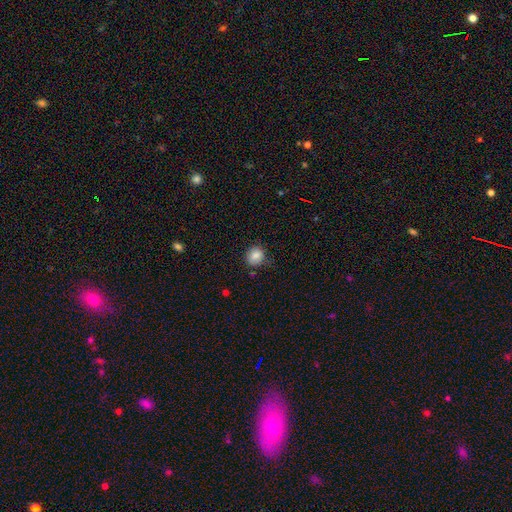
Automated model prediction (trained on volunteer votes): Q: Smooth or featured?
A: smooth (84%); runner-up: star or artifact (9%)
Q: How rounded?
A: round (72%); runner-up: in between (27%)
Q: Merging?
A: none (74%); runner-up: minor disturbance (19%)